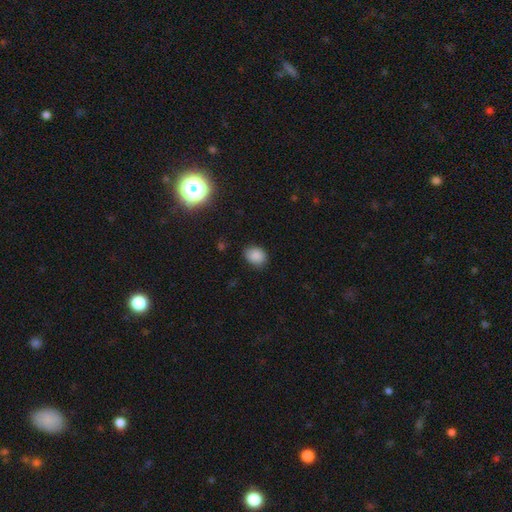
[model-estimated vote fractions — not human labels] Morphology: type=smooth (87%); roundness=in between (52%); merging=none (83%).